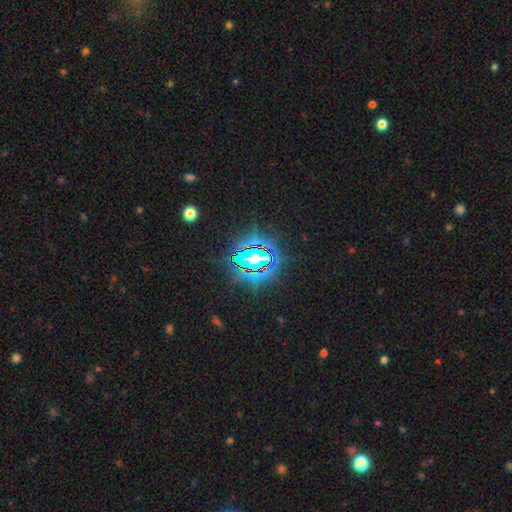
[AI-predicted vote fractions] Q: Smooth or featured?
A: star or artifact (82%); runner-up: smooth (10%)